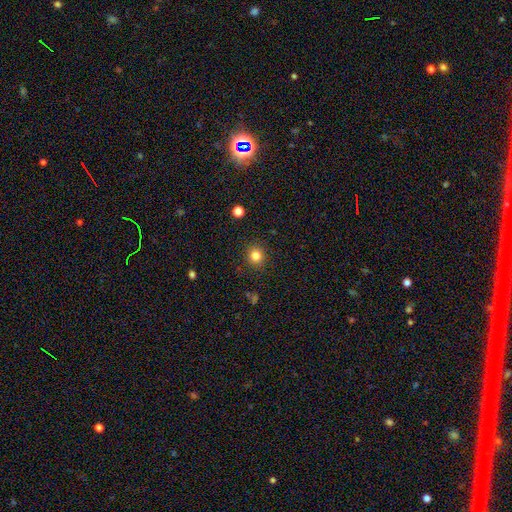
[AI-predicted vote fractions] Smooth or featured?
  - smooth: 82% *
  - star or artifact: 13%
  - featured or disk: 6%
How rounded?
  - round: 90% *
  - in between: 9%
  - cigar-shaped: 1%
Merging?
  - none: 90% *
  - minor disturbance: 7%
  - major disturbance: 2%
  - merger: 1%